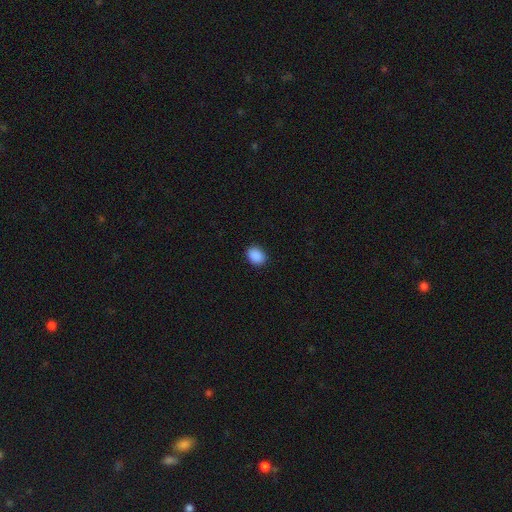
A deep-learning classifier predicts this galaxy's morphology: type=smooth (90%); roundness=in between (63%); merging=none (89%).